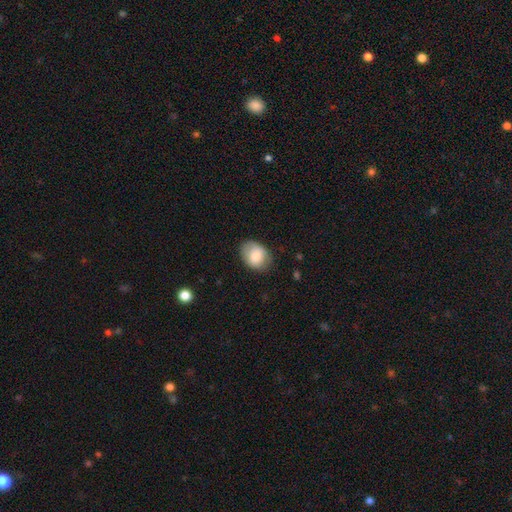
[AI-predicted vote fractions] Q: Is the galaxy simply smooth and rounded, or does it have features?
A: smooth — 78%.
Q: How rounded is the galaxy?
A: in between — 62%.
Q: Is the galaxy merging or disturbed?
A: none — 73%.